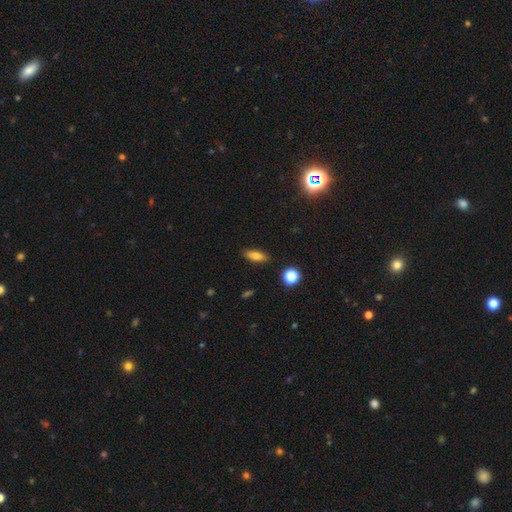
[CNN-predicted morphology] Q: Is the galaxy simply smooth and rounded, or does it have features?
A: smooth — 76%.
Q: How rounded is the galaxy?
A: in between — 69%.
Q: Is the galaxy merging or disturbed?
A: none — 88%.